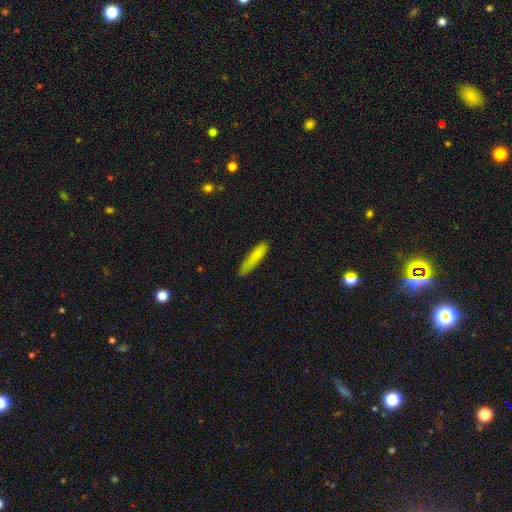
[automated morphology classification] smooth 83%, featured or disk 11%, star or artifact 7%. Down the decision tree: how rounded — cigar-shaped (88%); merging — none (76%).